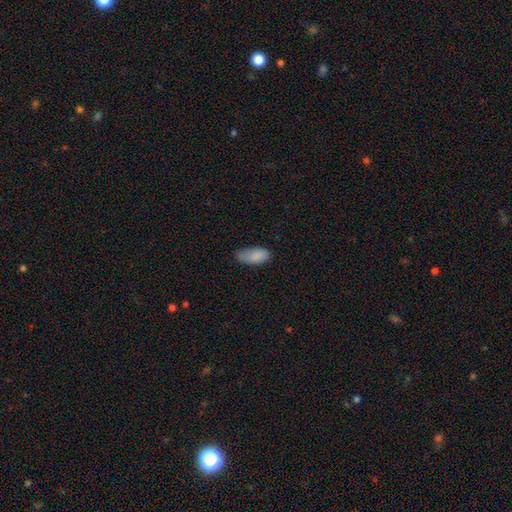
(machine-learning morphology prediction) Smooth or featured?
  - smooth: 87% *
  - star or artifact: 7%
  - featured or disk: 6%
How rounded?
  - in between: 89% *
  - cigar-shaped: 9%
  - round: 2%
Merging?
  - none: 62% *
  - minor disturbance: 31%
  - major disturbance: 6%
  - merger: 1%